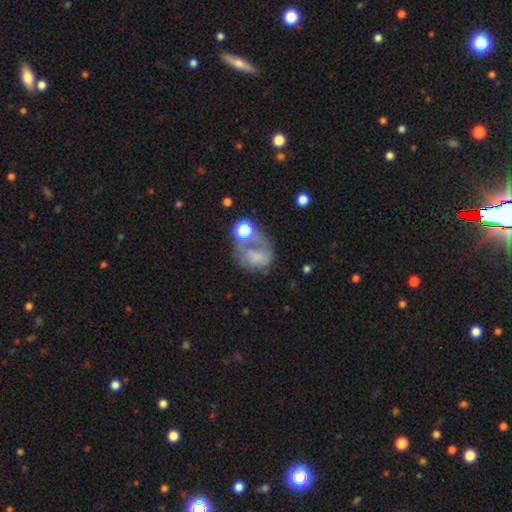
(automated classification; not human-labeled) A smooth galaxy with no disk features (48%).

Vote fractions:
- Smooth or featured? smooth: 48% / featured or disk: 38% / star or artifact: 15%
- Merging? major disturbance: 38% / none: 26% / merger: 18% / minor disturbance: 18%